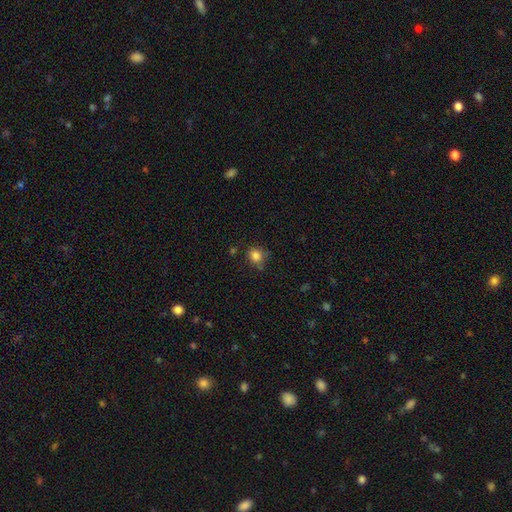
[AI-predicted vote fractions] smooth_or_featured: smooth (p=0.82) [alt: star or artifact p=0.12]
how_rounded: round (p=0.73) [alt: in between p=0.26]
merging: none (p=0.64) [alt: minor disturbance p=0.24]